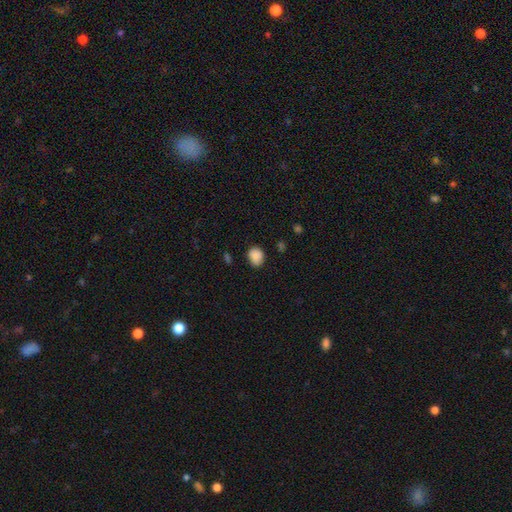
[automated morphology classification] smooth 87%, star or artifact 9%, featured or disk 5%. Down the decision tree: how rounded — round (56%); merging — none (71%).